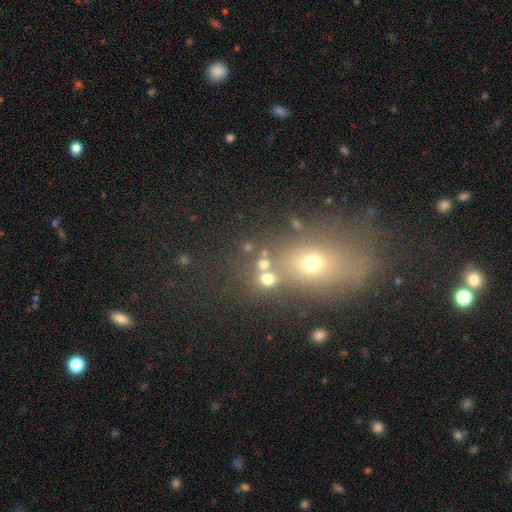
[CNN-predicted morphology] Overall: smooth (51%; star or artifact 29%). How rounded: in between (54%; round 41%). Merging: none (54%; merger 23%).